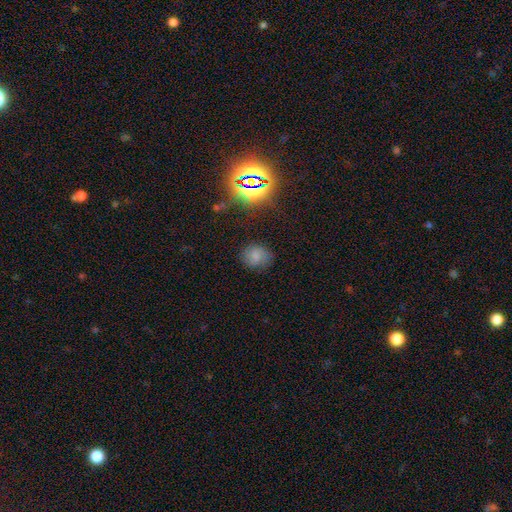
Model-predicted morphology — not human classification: Q: Smooth or featured?
A: smooth (71%); runner-up: star or artifact (18%)
Q: How rounded?
A: round (70%); runner-up: in between (29%)
Q: Merging?
A: none (80%); runner-up: minor disturbance (14%)